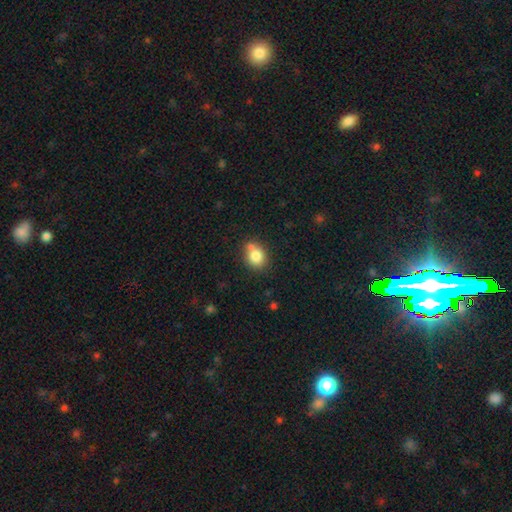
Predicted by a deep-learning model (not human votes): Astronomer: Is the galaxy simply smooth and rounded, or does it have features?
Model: smooth — 81%.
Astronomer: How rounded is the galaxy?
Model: round — 62% (runner-up: in between, 37%).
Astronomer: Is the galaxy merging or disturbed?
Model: none — 64%.